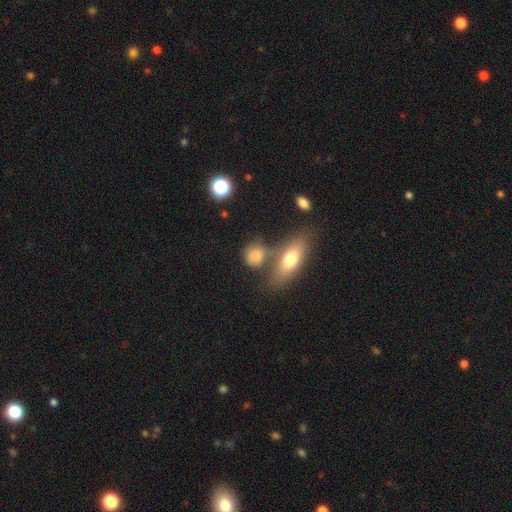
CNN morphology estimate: smooth-or-featured: smooth: 79% | featured or disk: 11% | star or artifact: 9%
  how-rounded: round: 59% | in between: 36% | cigar-shaped: 5%
  merging: none: 49% | merger: 27% | minor disturbance: 16% | major disturbance: 8%